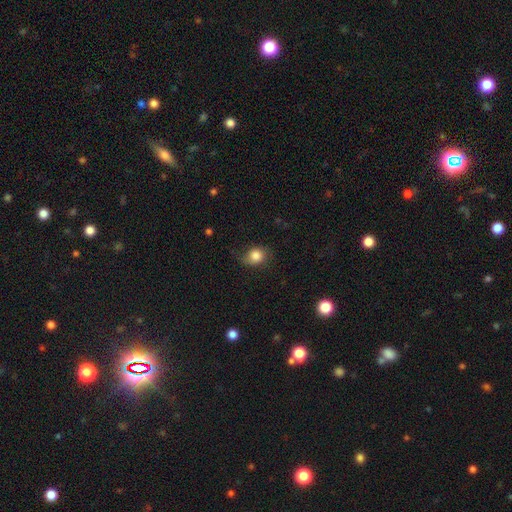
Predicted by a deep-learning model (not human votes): The model was most divided on "how rounded": round: 57%, in between: 42%, cigar-shaped: 1%. More confident: smooth or featured — smooth (80%); merging — none (63%).